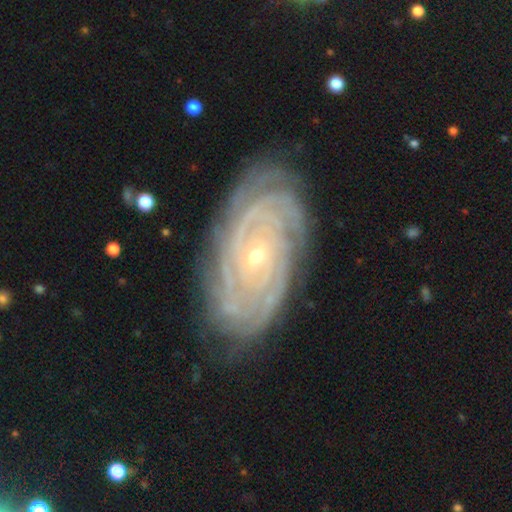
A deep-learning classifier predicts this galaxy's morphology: smooth_or_featured: featured or disk (p=0.90) [alt: star or artifact p=0.05]
disk_edge_on: no (p=0.96) [alt: yes p=0.04]
bar: no (p=0.70) [alt: weak p=0.21]
has_spiral_arms: yes (p=0.98) [alt: no p=0.02]
spiral_winding: tight (p=0.86) [alt: medium p=0.12]
spiral_arm_count: can't tell (p=0.25) [alt: 4 p=0.22]
bulge_size: small (p=0.78) [alt: moderate p=0.19]
merging: none (p=0.81) [alt: minor disturbance p=0.14]